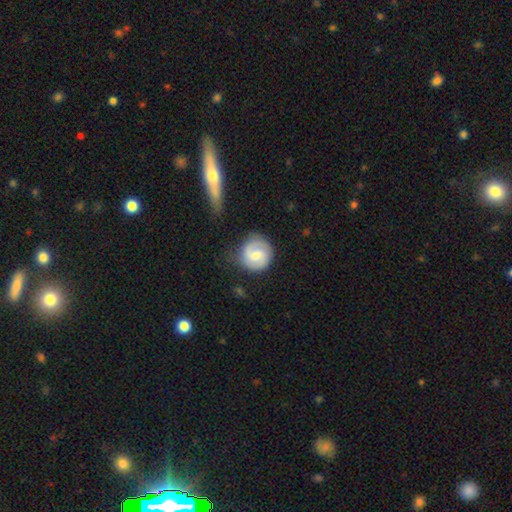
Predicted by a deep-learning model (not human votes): This appears to be a featured or disk galaxy (69%) with a weak bar (55%), 2 (82%) medium (45%) spiral arms (93%) and a moderate central bulge (52%). Merging: none (73%).